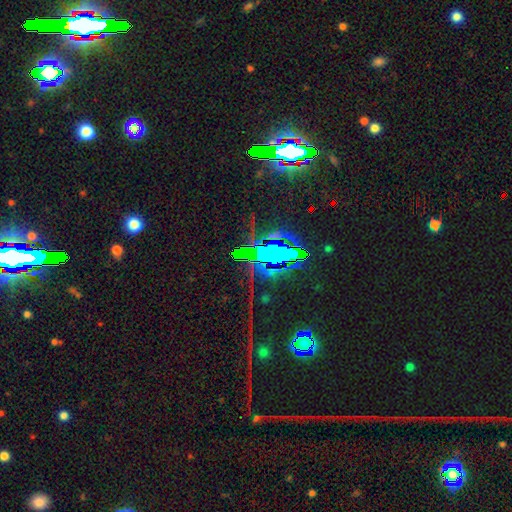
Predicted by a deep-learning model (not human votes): This appears to be a star or artifact, not a galaxy (84%).